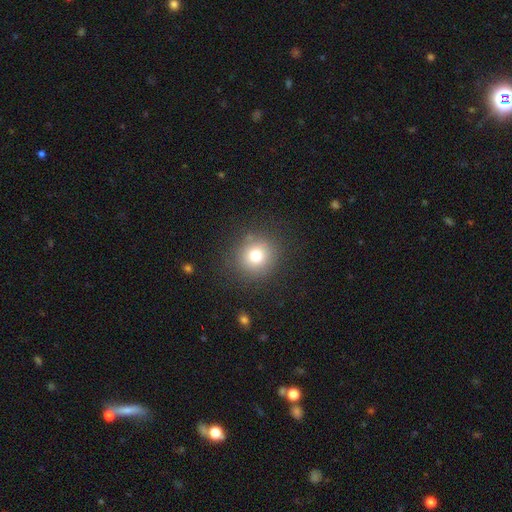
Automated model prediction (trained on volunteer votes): Smooth or featured? Predicted: smooth (p=0.76). How rounded? Predicted: round (p=0.91). Merging? Predicted: none (p=0.86).